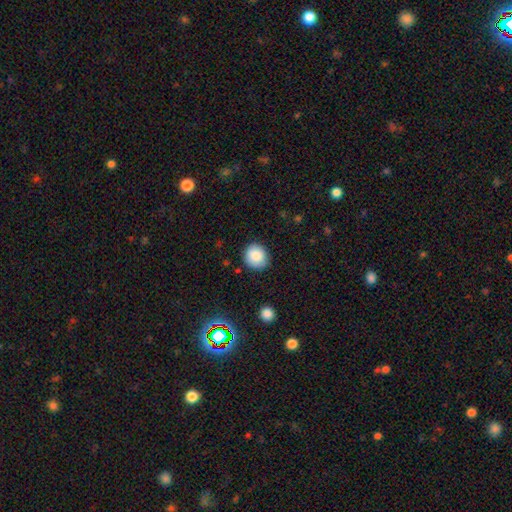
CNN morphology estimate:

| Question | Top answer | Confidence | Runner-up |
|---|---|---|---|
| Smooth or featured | smooth | 83% | star or artifact (9%) |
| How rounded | round | 85% | in between (14%) |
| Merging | none | 83% | minor disturbance (13%) |